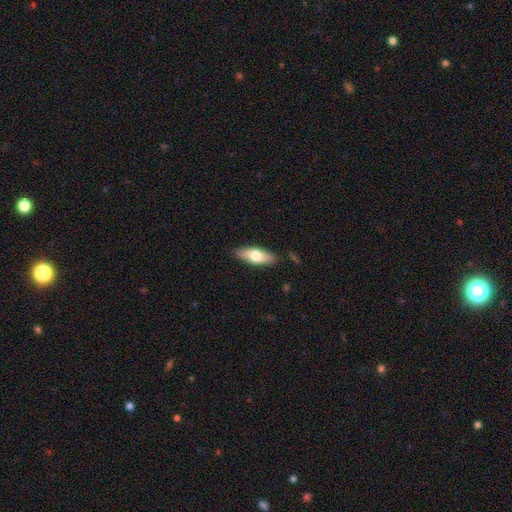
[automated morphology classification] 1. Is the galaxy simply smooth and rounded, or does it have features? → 66% smooth, 28% featured or disk, 6% star or artifact.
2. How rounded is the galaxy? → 73% in between, 24% cigar-shaped, 3% round.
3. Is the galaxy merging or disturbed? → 85% none, 11% minor disturbance, 2% major disturbance, 1% merger.